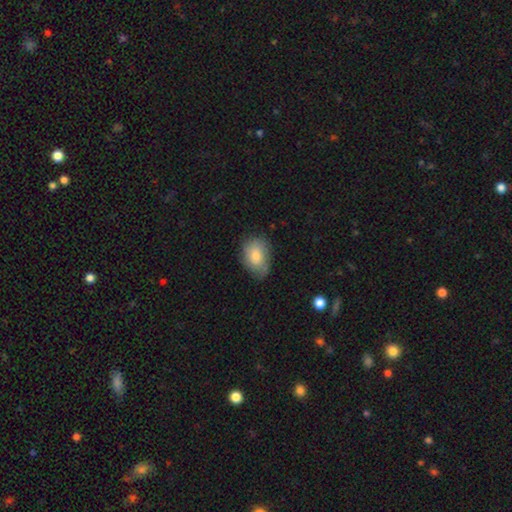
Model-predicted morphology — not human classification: smooth_or_featured: smooth (p=0.72) [alt: featured or disk p=0.20]
how_rounded: in between (p=0.75) [alt: round p=0.24]
merging: none (p=0.62) [alt: minor disturbance p=0.30]